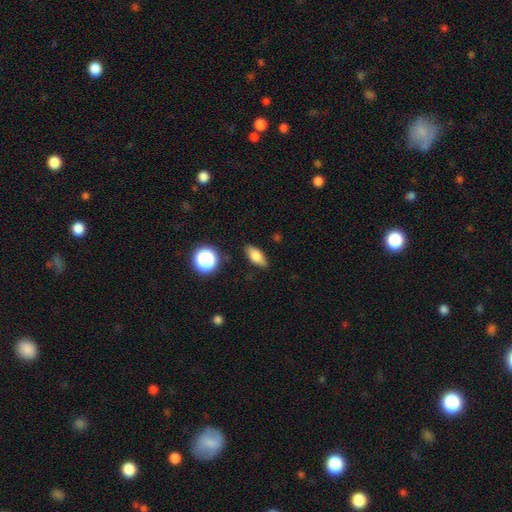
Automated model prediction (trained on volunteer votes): Overall: smooth (74%). How rounded: in between (77%). Merging: none (85%).